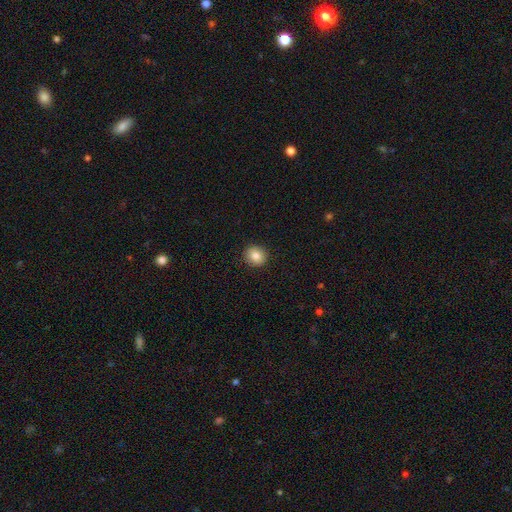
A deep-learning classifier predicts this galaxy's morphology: Smooth or featured? Predicted: smooth (p=0.85). How rounded? Predicted: round (p=0.87). Merging? Predicted: none (p=0.92).